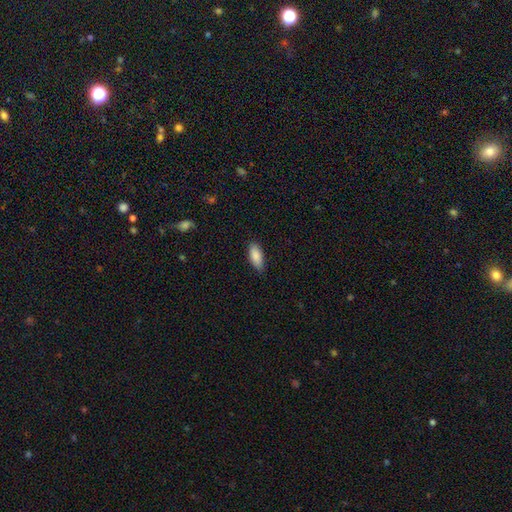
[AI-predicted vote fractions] Morphology: type=smooth (88%); roundness=in between (83%); merging=none (84%).